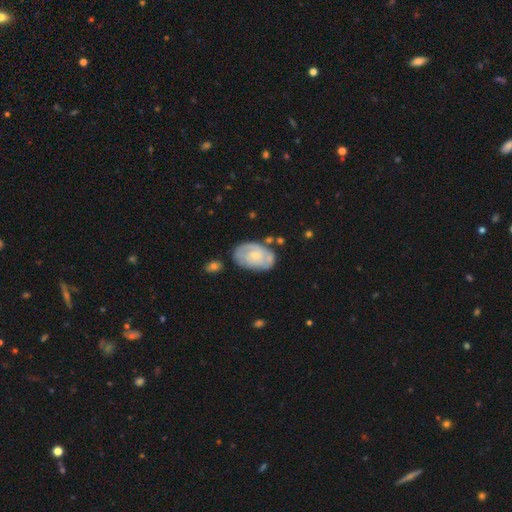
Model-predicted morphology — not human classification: featured or disk 65%, smooth 29%, star or artifact 5%. Down the decision tree: edge-on disk — no (96%); bar — no (73%); spiral arms — yes (79%); bulge size — small (63%); merging — none (65%).